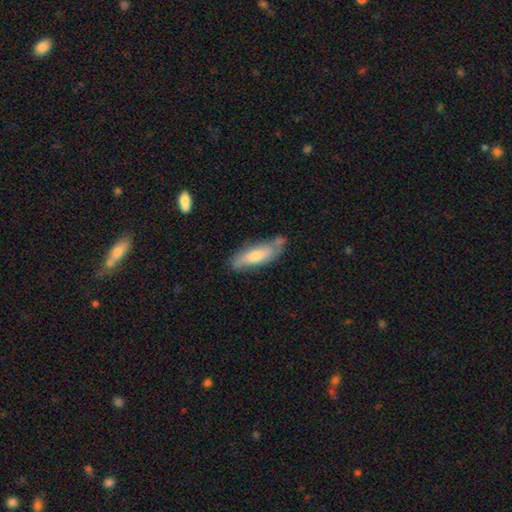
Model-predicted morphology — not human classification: The model was most divided on "how rounded": cigar-shaped: 51%, in between: 48%, round: 2%. More confident: merging — none (70%); smooth or featured — smooth (51%).